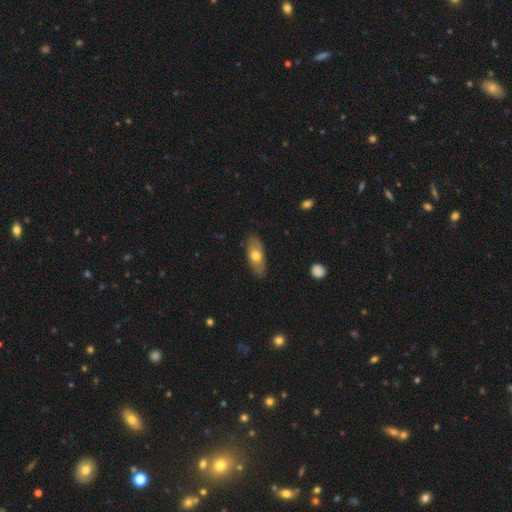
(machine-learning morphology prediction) smooth_or_featured: smooth (p=0.64) [alt: featured or disk p=0.30]
how_rounded: in between (p=0.82) [alt: cigar-shaped p=0.15]
merging: none (p=0.83) [alt: minor disturbance p=0.13]